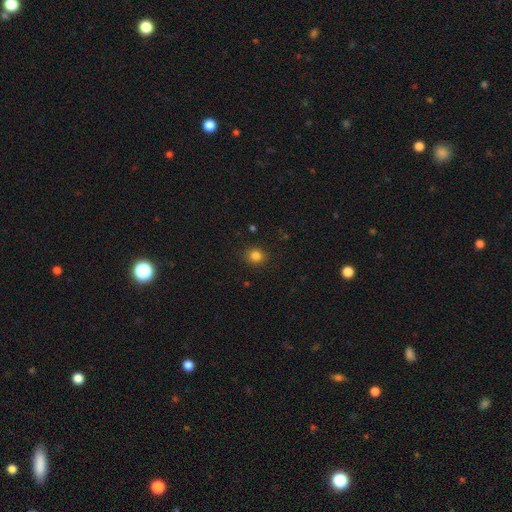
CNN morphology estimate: smooth_or_featured: smooth (p=0.82) [alt: star or artifact p=0.13]
how_rounded: round (p=0.82) [alt: in between p=0.17]
merging: none (p=0.89) [alt: minor disturbance p=0.08]